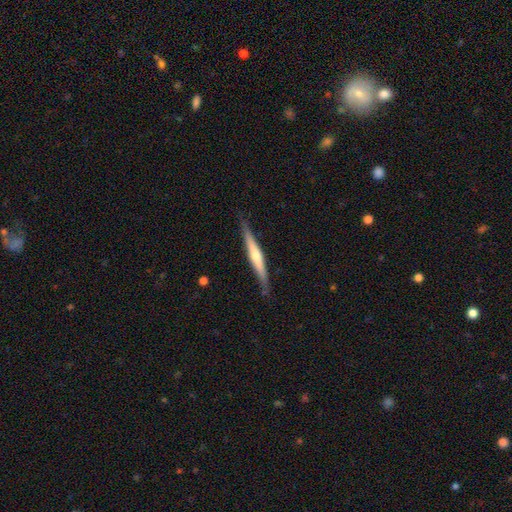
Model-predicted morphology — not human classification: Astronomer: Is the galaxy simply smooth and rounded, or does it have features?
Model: featured or disk — 60% (runner-up: smooth, 35%).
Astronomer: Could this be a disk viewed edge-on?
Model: yes — 96%.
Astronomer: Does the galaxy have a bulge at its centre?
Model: rounded — 73%.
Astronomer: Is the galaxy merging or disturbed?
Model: none — 85%.